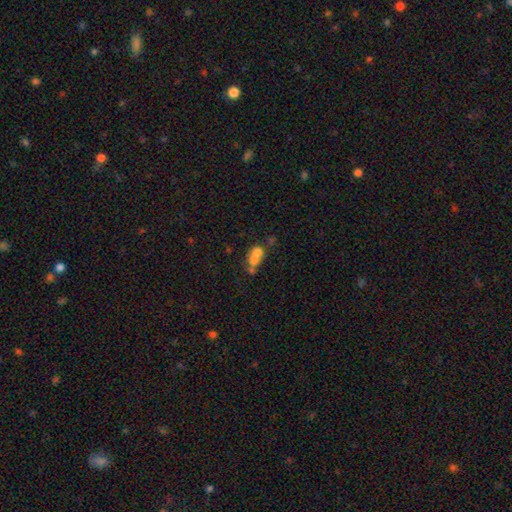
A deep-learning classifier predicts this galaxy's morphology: The model was most divided on "merging": merger: 54%, none: 24%, minor disturbance: 12%, major disturbance: 11%. More confident: how rounded — in between (70%); smooth or featured — smooth (62%).